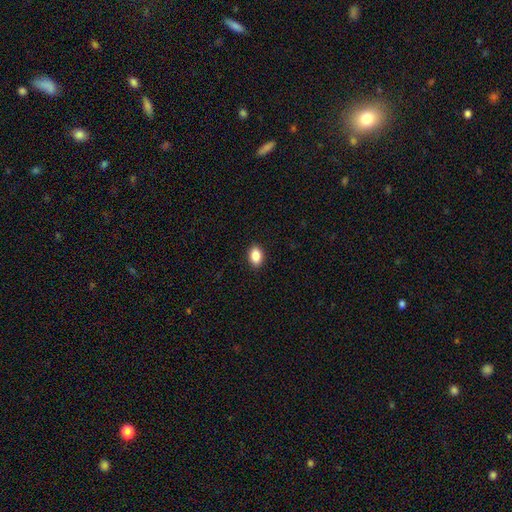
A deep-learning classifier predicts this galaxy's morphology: smooth 87%, star or artifact 8%, featured or disk 5%. Down the decision tree: how rounded — in between (86%); merging — none (90%).